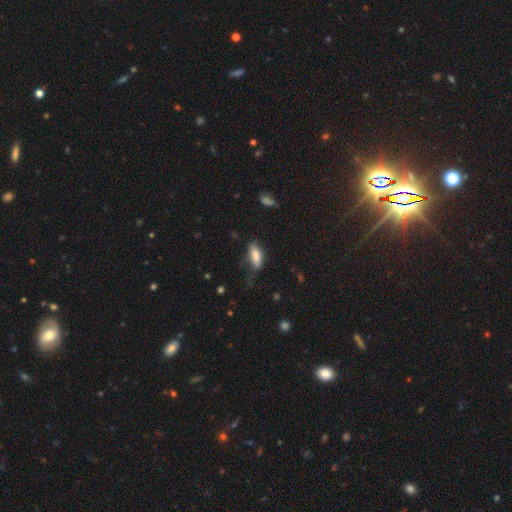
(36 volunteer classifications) smooth_or_featured: smooth (p=0.86) [alt: featured or disk p=0.11]
how_rounded: in between (p=0.84) [alt: cigar-shaped p=0.16]
merging: minor disturbance (p=0.34) [tied with: major disturbance p=0.34]